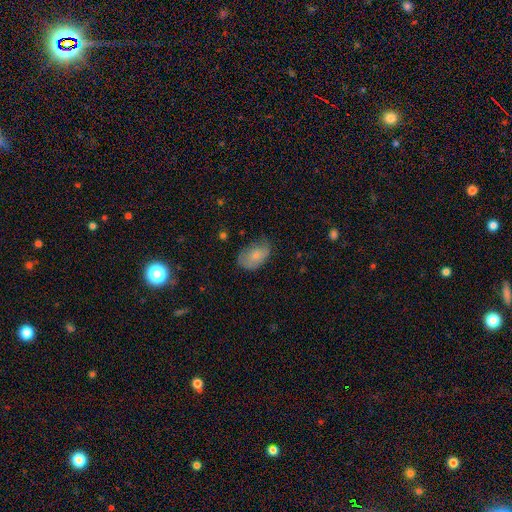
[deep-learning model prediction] Smooth or featured? smooth (73%)
How rounded? in between (88%)
Merging? none (52%)